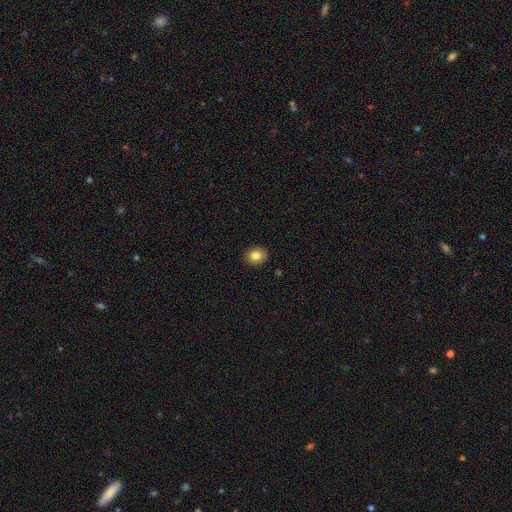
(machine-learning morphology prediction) Overall: smooth (82%). How rounded: round (66%; in between 33%). Merging: none (87%).